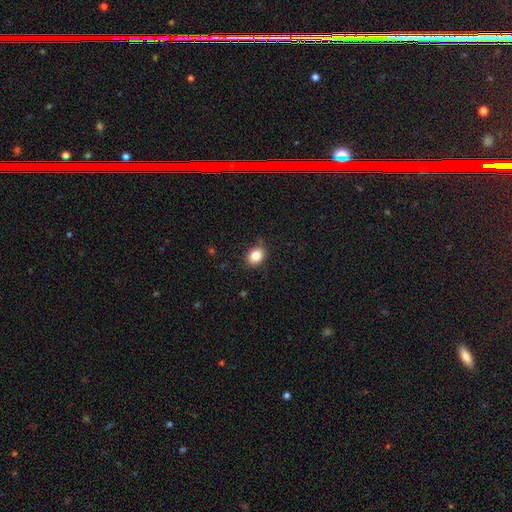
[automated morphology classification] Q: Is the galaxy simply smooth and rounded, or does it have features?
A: smooth — 84%.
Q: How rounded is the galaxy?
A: in between — 55%.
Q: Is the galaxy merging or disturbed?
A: none — 83%.